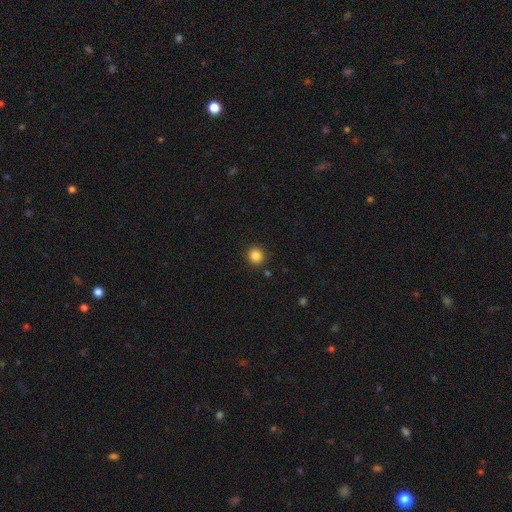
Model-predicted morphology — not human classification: smooth_or_featured: smooth (p=0.85) [alt: star or artifact p=0.11]
how_rounded: round (p=0.93) [alt: in between p=0.06]
merging: none (p=0.90) [alt: minor disturbance p=0.06]